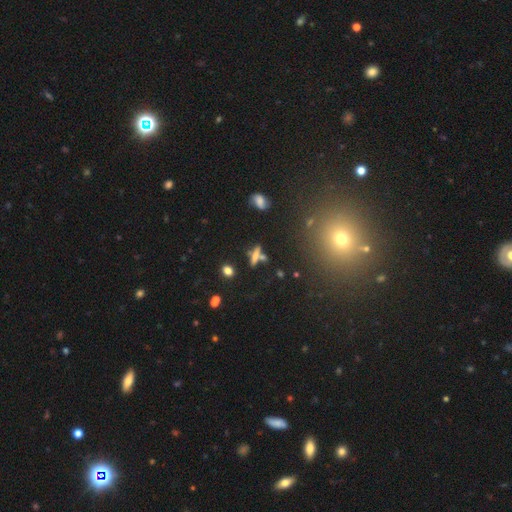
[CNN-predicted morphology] smooth_or_featured: smooth (p=0.43) [alt: featured or disk p=0.40]
merging: none (p=0.62) [alt: merger p=0.17]